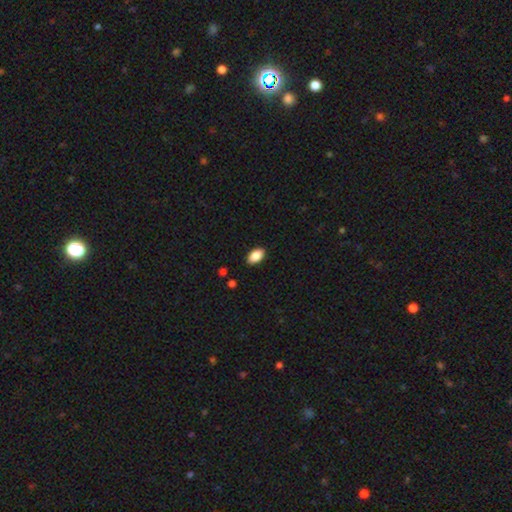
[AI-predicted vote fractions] smooth_or_featured: smooth (p=0.87) [alt: star or artifact p=0.07]
how_rounded: in between (p=0.93) [alt: round p=0.05]
merging: none (p=0.89) [alt: minor disturbance p=0.08]